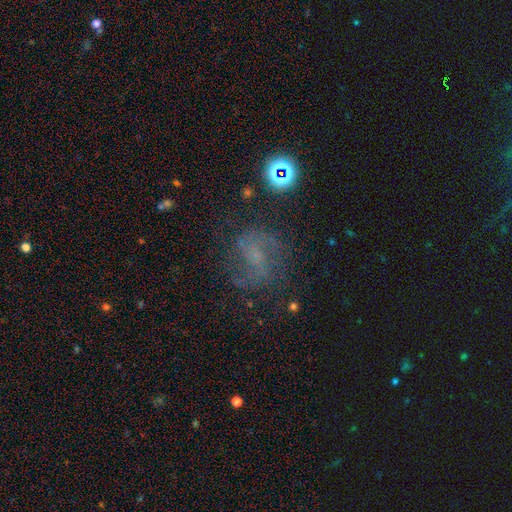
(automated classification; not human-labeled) Q: Smooth or featured?
A: featured or disk (63%); runner-up: star or artifact (21%)
Q: Edge-on disk?
A: no (97%); runner-up: yes (3%)
Q: Bar?
A: weak (49%); runner-up: no (36%)
Q: Spiral arms?
A: yes (90%); runner-up: no (10%)
Q: Spiral winding?
A: medium (49%); runner-up: loose (30%)
Q: Spiral arm count?
A: 2 (72%); runner-up: can't tell (15%)
Q: Bulge size?
A: small (45%); runner-up: none (34%)
Q: Merging?
A: none (70%); runner-up: minor disturbance (16%)